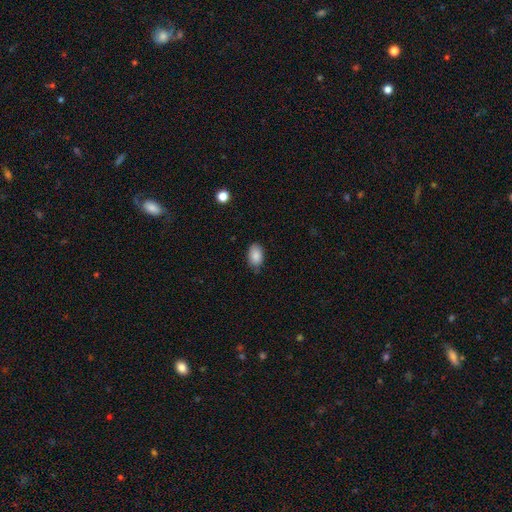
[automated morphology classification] type=smooth (88%); roundness=in between (89%); merging=none (75%).